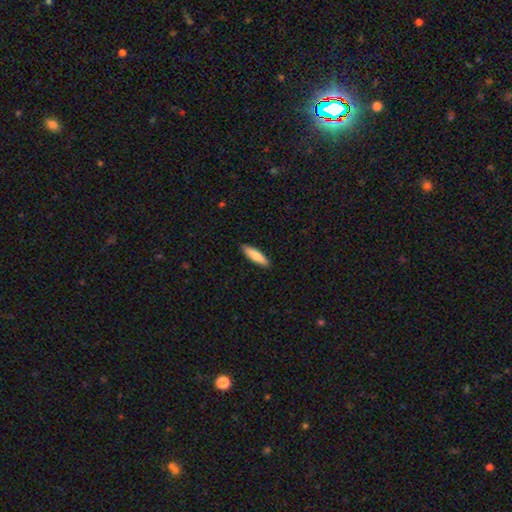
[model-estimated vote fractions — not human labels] A smooth galaxy with no disk features (81%) that is cigar-shaped (66%).

Vote fractions:
- Smooth or featured? smooth: 81% / featured or disk: 14% / star or artifact: 5%
- How rounded? cigar-shaped: 66% / in between: 33% / round: 1%
- Merging? none: 90% / minor disturbance: 8% / major disturbance: 1% / merger: 1%